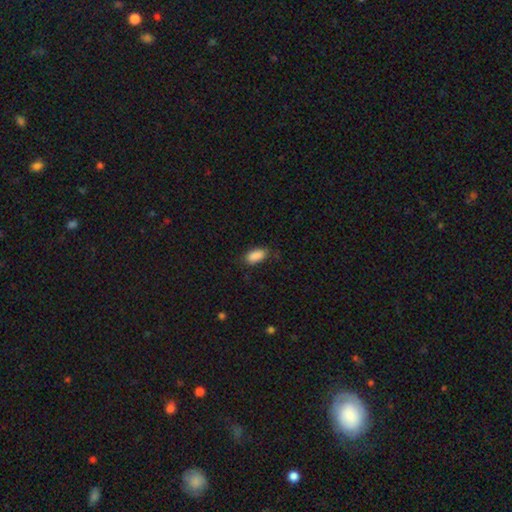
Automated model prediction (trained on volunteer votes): smooth_or_featured: smooth (p=0.89) [alt: star or artifact p=0.08]
how_rounded: in between (p=0.90) [alt: cigar-shaped p=0.06]
merging: none (p=0.78) [alt: minor disturbance p=0.17]